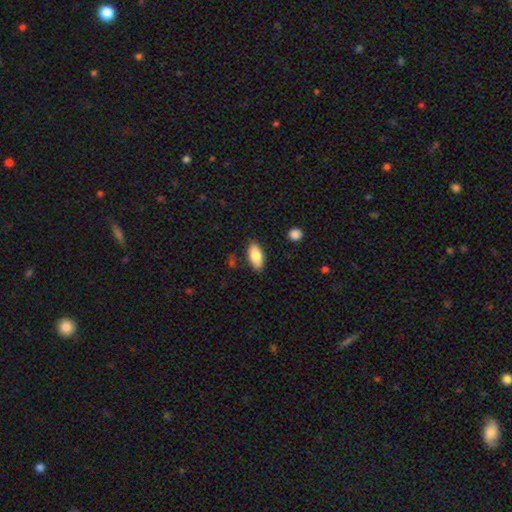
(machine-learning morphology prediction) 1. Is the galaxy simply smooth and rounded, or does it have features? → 83% smooth, 11% featured or disk, 6% star or artifact.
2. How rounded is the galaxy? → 90% in between, 7% cigar-shaped, 3% round.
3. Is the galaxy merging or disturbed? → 85% none, 11% minor disturbance, 2% major disturbance, 2% merger.